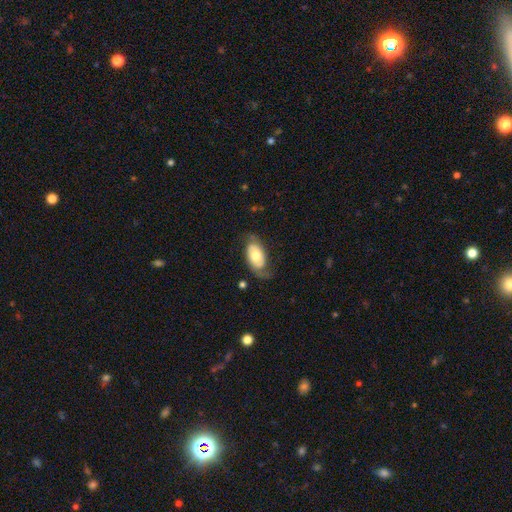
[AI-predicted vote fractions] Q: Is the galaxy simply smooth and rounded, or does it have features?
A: featured or disk — 55%.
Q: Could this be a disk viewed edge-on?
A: no — 93%.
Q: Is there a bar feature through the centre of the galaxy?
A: no — 73%.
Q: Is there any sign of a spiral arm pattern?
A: yes — 78%.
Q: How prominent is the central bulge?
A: moderate — 58%.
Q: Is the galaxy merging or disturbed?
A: none — 58%.